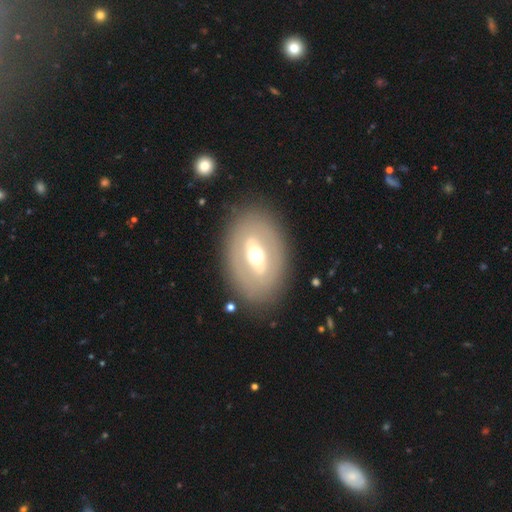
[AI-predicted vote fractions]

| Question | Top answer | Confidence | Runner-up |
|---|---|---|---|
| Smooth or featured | featured or disk | 57% | smooth (36%) |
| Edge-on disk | no | 88% | yes (12%) |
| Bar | strong | 41% | weak (33%) |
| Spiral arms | no | 87% | yes (13%) |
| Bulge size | moderate | 68% | large (17%) |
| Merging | none | 83% | minor disturbance (10%) |